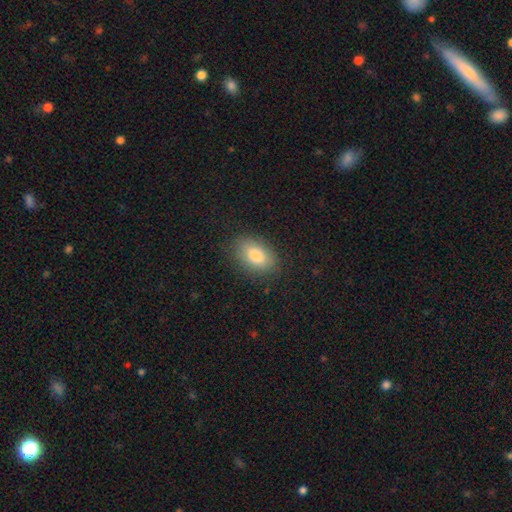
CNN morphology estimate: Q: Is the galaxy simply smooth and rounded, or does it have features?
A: smooth — 81%.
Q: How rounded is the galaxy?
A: in between — 87%.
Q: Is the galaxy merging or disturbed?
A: none — 85%.